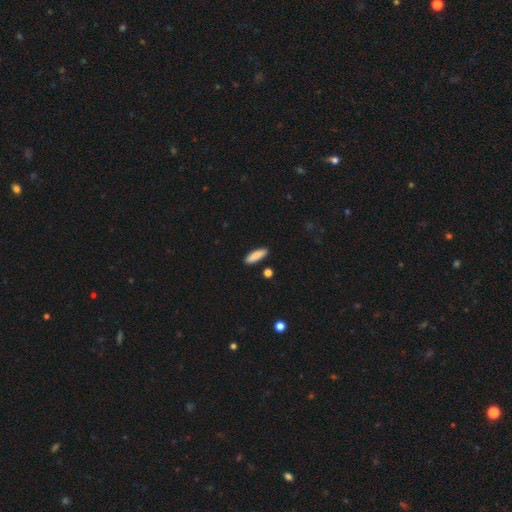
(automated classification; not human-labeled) smooth_or_featured: smooth (p=0.87) [alt: featured or disk p=0.07]
how_rounded: cigar-shaped (p=0.56) [alt: in between p=0.42]
merging: none (p=0.88) [alt: minor disturbance p=0.08]